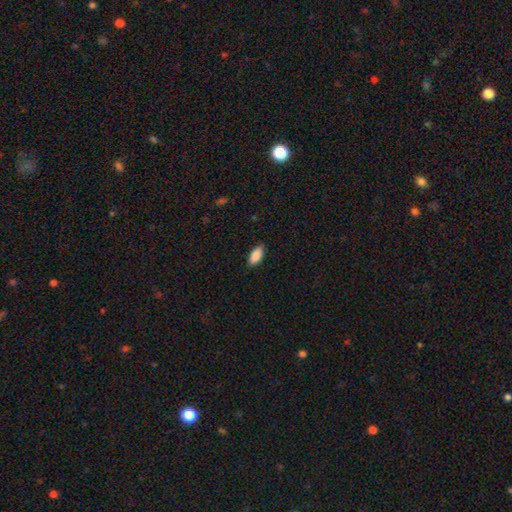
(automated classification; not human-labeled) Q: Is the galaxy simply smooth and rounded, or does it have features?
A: smooth — 89%.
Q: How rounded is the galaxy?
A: in between — 91%.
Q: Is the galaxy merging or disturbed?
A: none — 87%.